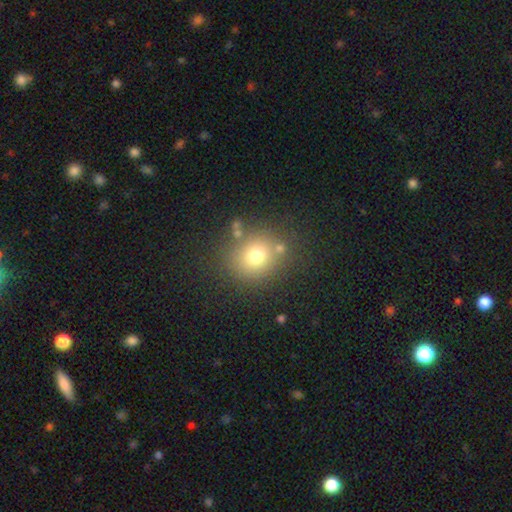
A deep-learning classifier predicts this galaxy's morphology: smooth 72%, star or artifact 16%, featured or disk 12%. Down the decision tree: how rounded — round (79%); merging — none (76%).